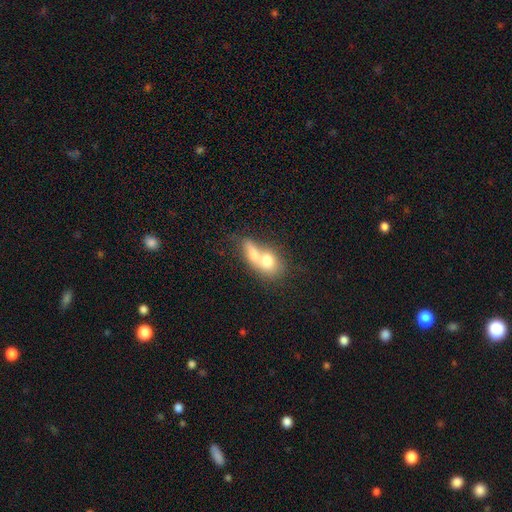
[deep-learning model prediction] smooth-or-featured: smooth: 65% | featured or disk: 26% | star or artifact: 9%
  how-rounded: in between: 52% | round: 41% | cigar-shaped: 7%
  merging: merger: 73% | none: 16% | minor disturbance: 6% | major disturbance: 5%